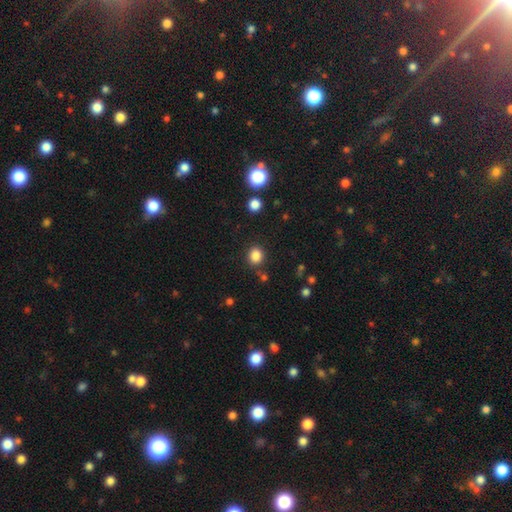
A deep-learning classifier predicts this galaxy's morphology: A smooth galaxy with no disk features (85%) that is round (73%).

Vote fractions:
- Smooth or featured? smooth: 85% / star or artifact: 12% / featured or disk: 4%
- How rounded? round: 73% / in between: 26% / cigar-shaped: 1%
- Merging? none: 84% / minor disturbance: 9% / merger: 4% / major disturbance: 3%